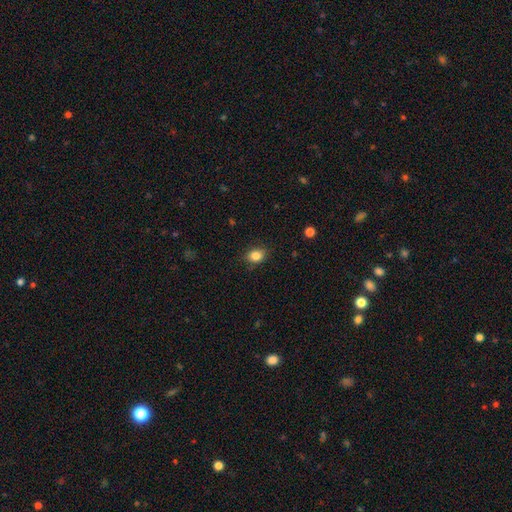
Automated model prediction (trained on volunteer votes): Smooth or featured: smooth — 84% (star or artifact — 10%)
How rounded: in between — 59% (round — 40%)
Merging: none — 84% (minor disturbance — 12%)